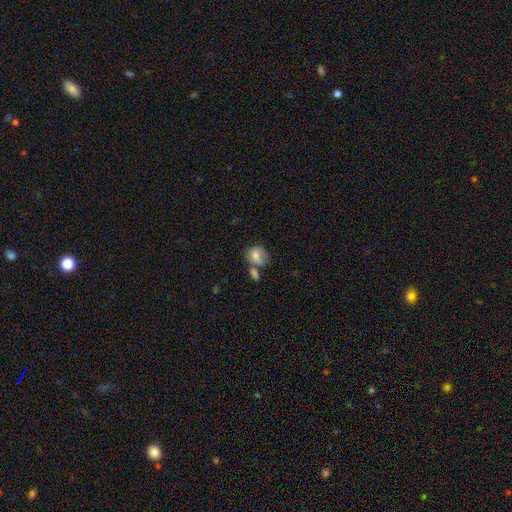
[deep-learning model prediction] smooth_or_featured: smooth (p=0.69) [alt: featured or disk p=0.23]
how_rounded: round (p=0.59) [alt: in between p=0.40]
merging: none (p=0.42) [alt: merger p=0.28]